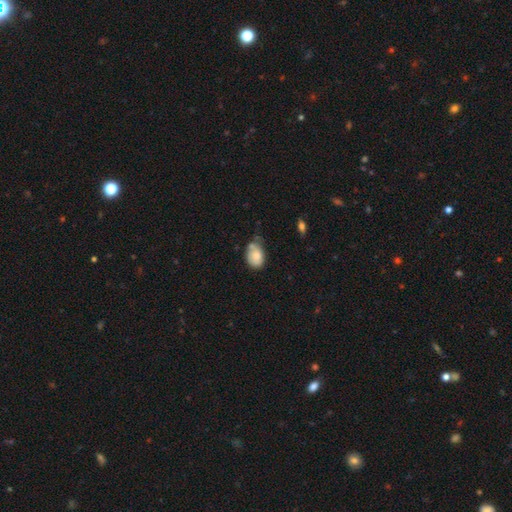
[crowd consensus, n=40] A smooth galaxy with no disk features (68%) that is in between round and cigar-shaped (78%). Merging: minor disturbance (54%).